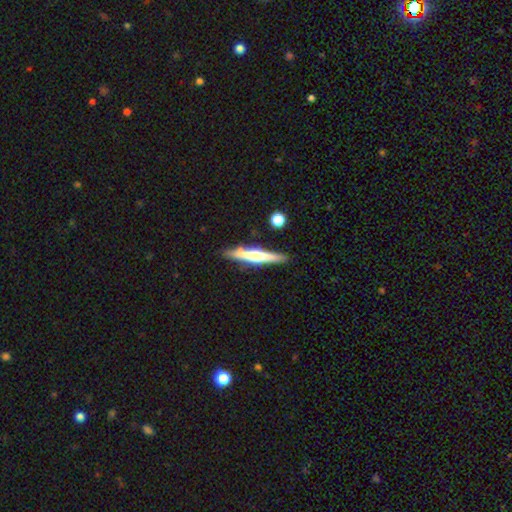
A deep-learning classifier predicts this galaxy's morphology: This appears to be a featured or disk galaxy (53%) viewed edge-on (95%) with a rounded central bulge (61%). Merging: none (83%).